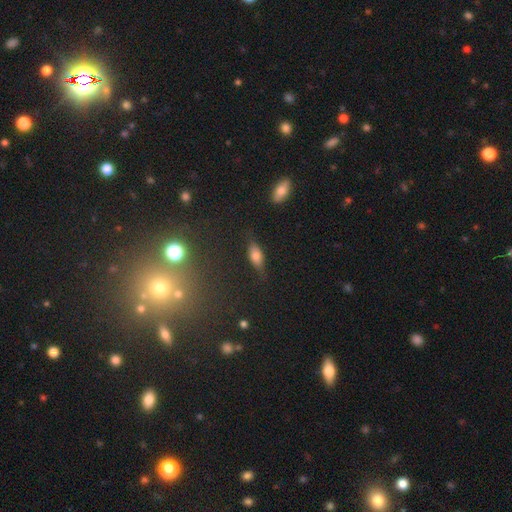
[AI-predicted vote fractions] Smooth or featured: smooth — 70% (featured or disk — 20%)
How rounded: in between — 77% (cigar-shaped — 19%)
Merging: none — 70% (minor disturbance — 23%)